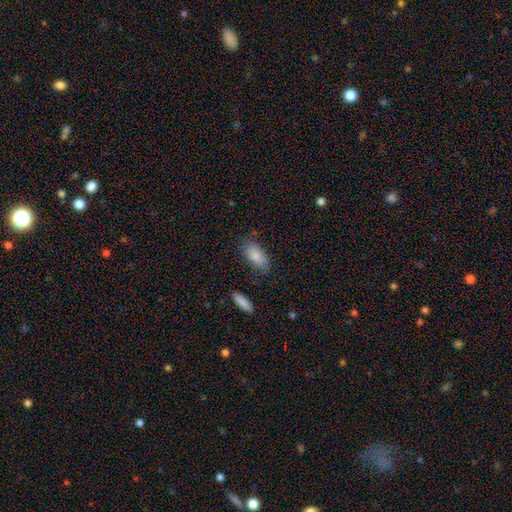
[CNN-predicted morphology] This is clearly a smooth galaxy (85%). How rounded: clearly in between (90%). Merging: likely none (73%).